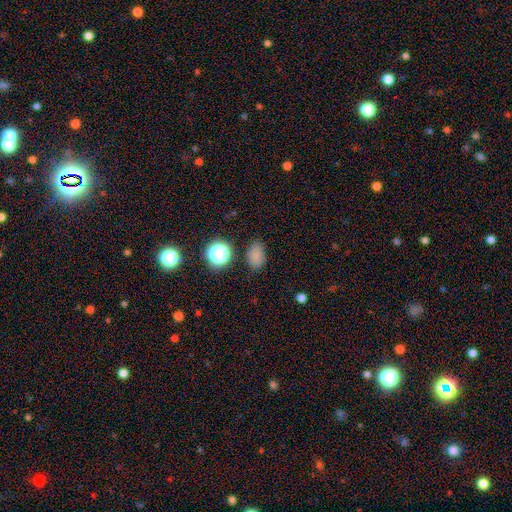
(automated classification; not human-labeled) smooth-or-featured: smooth: 77% | star or artifact: 18% | featured or disk: 5%
  how-rounded: in between: 80% | round: 18% | cigar-shaped: 2%
  merging: none: 80% | minor disturbance: 14% | major disturbance: 4% | merger: 3%